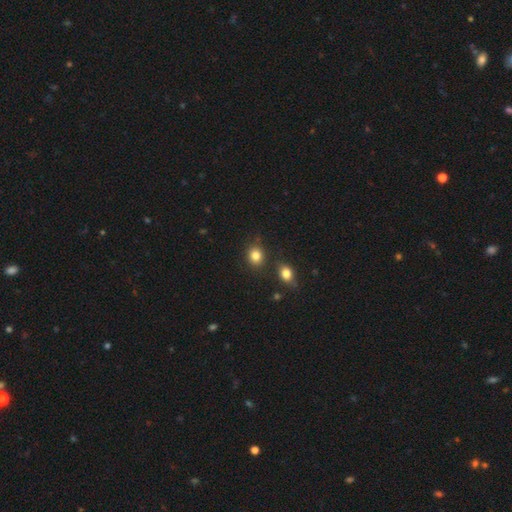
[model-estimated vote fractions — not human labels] Smooth or featured: smooth — 83% (star or artifact — 11%)
How rounded: round — 67% (in between — 32%)
Merging: none — 80% (minor disturbance — 10%)